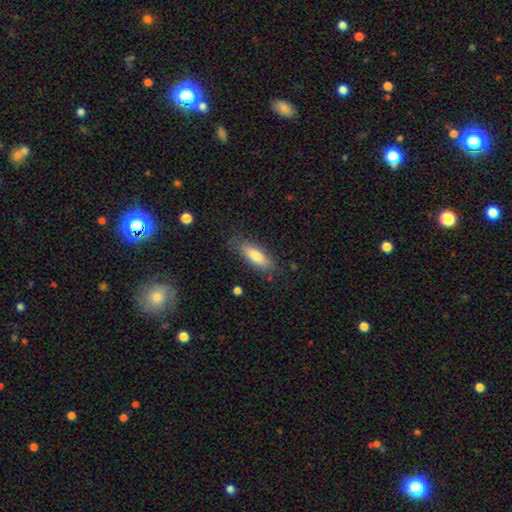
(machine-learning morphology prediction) A smooth galaxy with no disk features (74%) that is in between round and cigar-shaped (55%).

Vote fractions:
- Smooth or featured? smooth: 74% / featured or disk: 19% / star or artifact: 6%
- How rounded? in between: 55% / cigar-shaped: 43% / round: 2%
- Merging? none: 79% / minor disturbance: 15% / major disturbance: 4% / merger: 2%